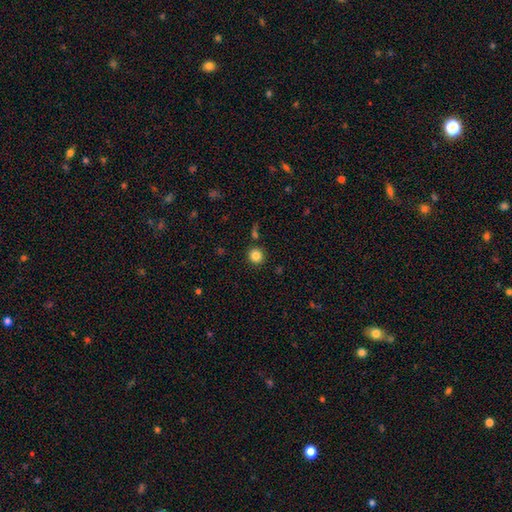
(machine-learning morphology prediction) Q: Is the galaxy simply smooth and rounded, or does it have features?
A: smooth — 84%.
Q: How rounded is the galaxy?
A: round — 92%.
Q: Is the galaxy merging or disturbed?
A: none — 88%.